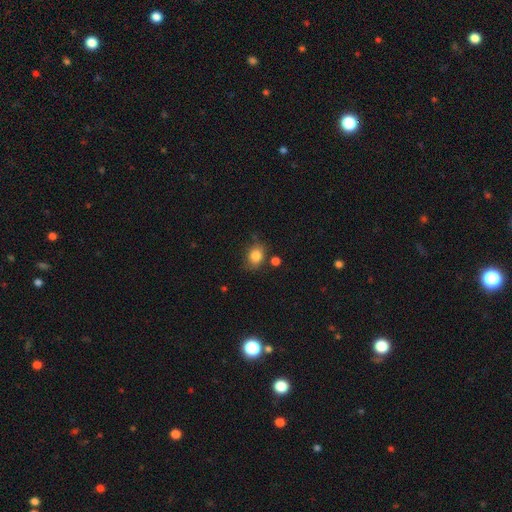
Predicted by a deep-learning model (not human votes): A smooth galaxy with no disk features (83%) that is in between round and cigar-shaped (57%). Merging: none (71%).